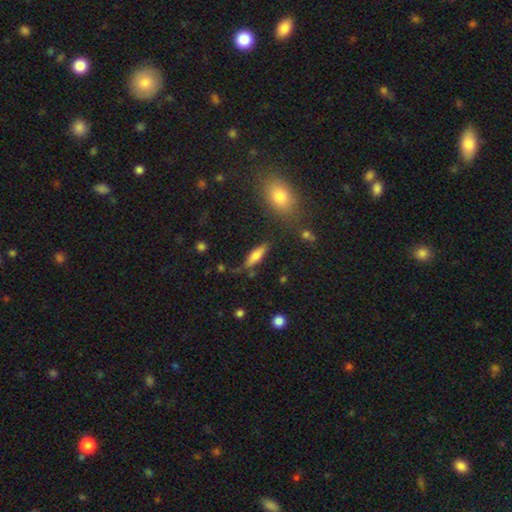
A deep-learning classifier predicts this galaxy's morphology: smooth_or_featured: smooth (p=0.65) [alt: featured or disk p=0.26]
how_rounded: cigar-shaped (p=0.57) [alt: in between p=0.40]
merging: none (p=0.75) [alt: minor disturbance p=0.16]